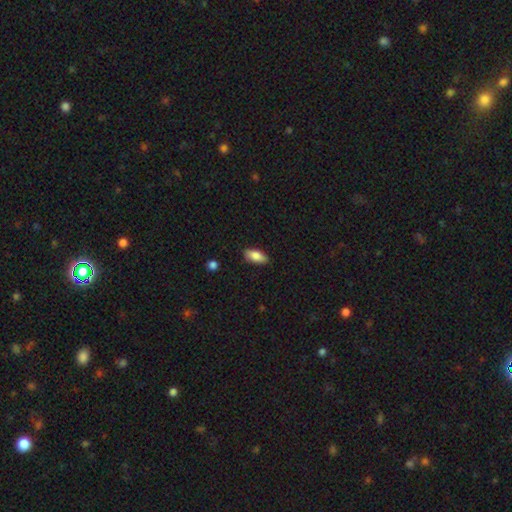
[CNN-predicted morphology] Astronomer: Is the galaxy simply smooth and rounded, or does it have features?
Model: smooth — 81%.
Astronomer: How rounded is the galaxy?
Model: in between — 86%.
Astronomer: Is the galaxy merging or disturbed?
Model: none — 85%.